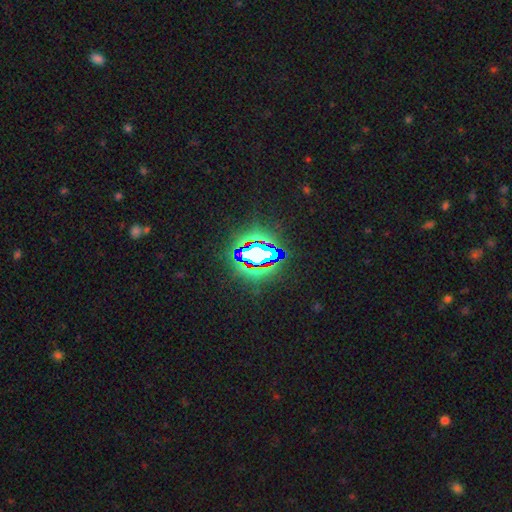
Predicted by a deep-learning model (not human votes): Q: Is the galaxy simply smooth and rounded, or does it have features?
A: star or artifact — 72%.